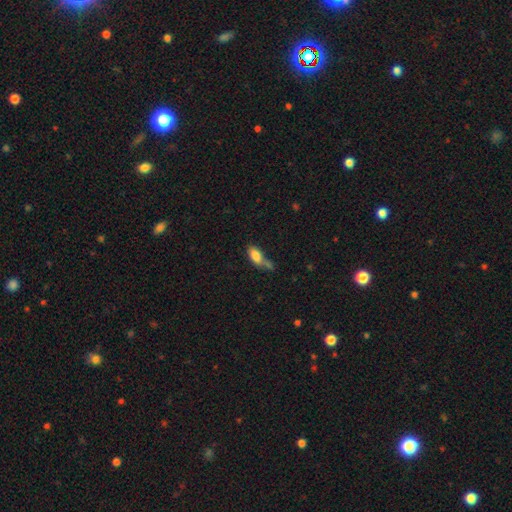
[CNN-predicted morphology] Smooth or featured? Predicted: smooth (p=0.81). How rounded? Predicted: in between (p=0.85). Merging? Predicted: none (p=0.35).